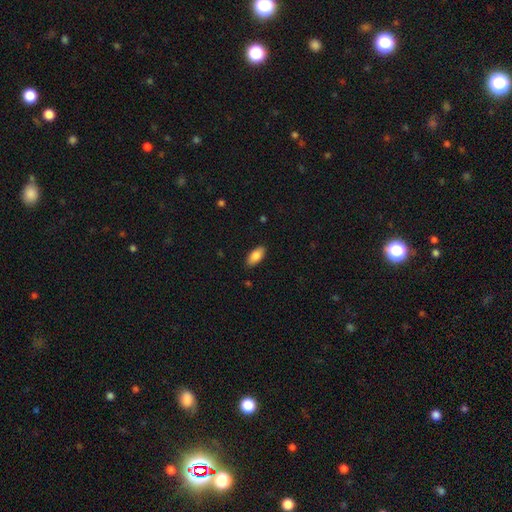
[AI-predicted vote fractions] Q: Smooth or featured?
A: smooth (86%); runner-up: featured or disk (8%)
Q: How rounded?
A: in between (91%); runner-up: cigar-shaped (7%)
Q: Merging?
A: none (87%); runner-up: minor disturbance (10%)